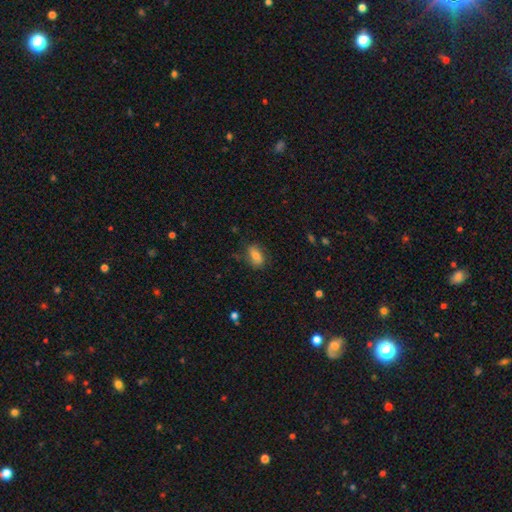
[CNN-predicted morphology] smooth-or-featured: smooth: 70% | featured or disk: 20% | star or artifact: 9%
  how-rounded: in between: 86% | round: 11% | cigar-shaped: 4%
  merging: none: 72% | minor disturbance: 20% | major disturbance: 7% | merger: 2%